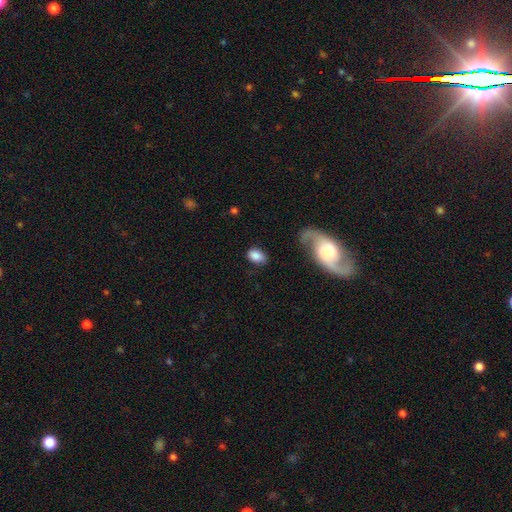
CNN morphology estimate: A smooth galaxy with no disk features (83%) that is in between round and cigar-shaped (85%). Merging: none (68%).